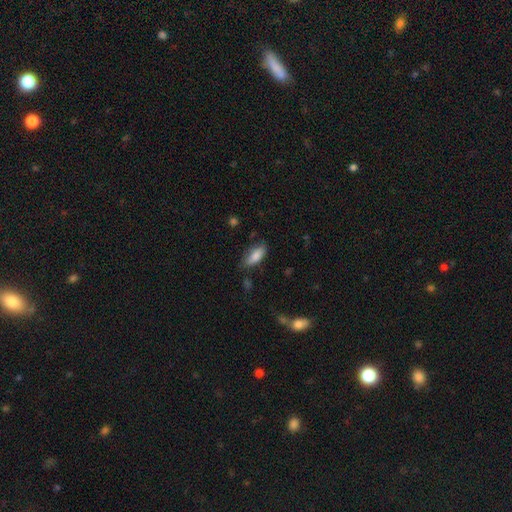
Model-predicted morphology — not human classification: smooth_or_featured: smooth (p=0.81) [alt: featured or disk p=0.12]
how_rounded: in between (p=0.80) [alt: cigar-shaped p=0.18]
merging: none (p=0.68) [alt: minor disturbance p=0.24]